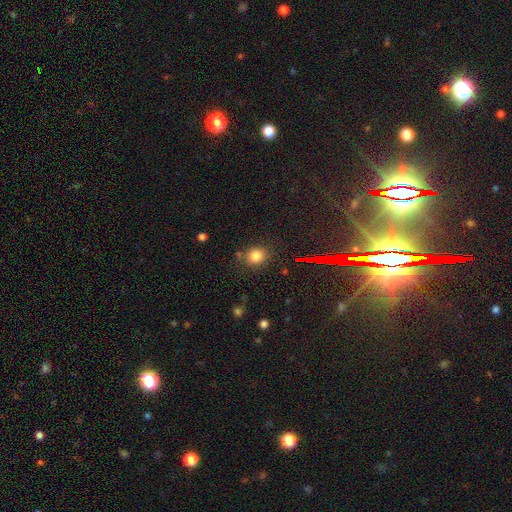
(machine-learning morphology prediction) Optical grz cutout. It shows a smooth galaxy with no disk features (78%) that is round (69%). Merging: none (77%).